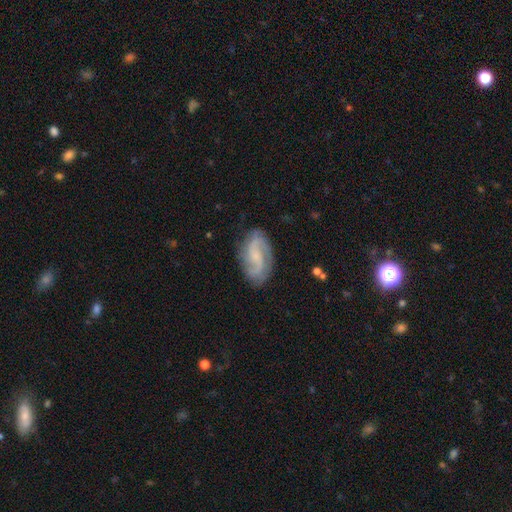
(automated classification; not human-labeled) This is clearly a featured or disk galaxy (82%). It is clearly not viewed edge-on (97%). Bar: possibly no (46%). Spiral arm pattern: clearly yes (97%). Spiral arm count: likely 2 (76%). Spiral winding: possibly medium (49%). Central bulge: marginally small (41%). Merging: likely none (79%).